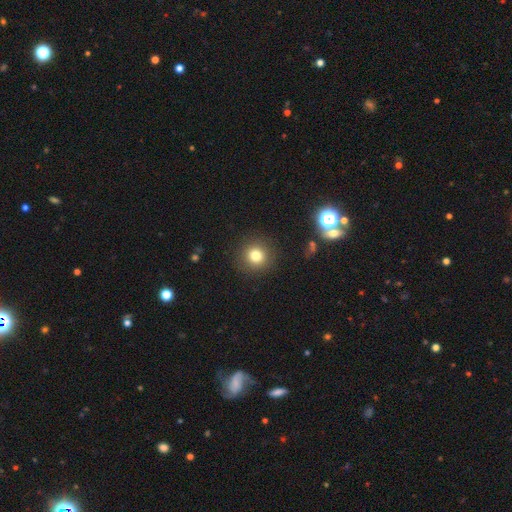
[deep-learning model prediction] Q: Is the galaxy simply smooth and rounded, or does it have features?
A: smooth — 79%.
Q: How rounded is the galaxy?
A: round — 93%.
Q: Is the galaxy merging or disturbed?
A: none — 90%.